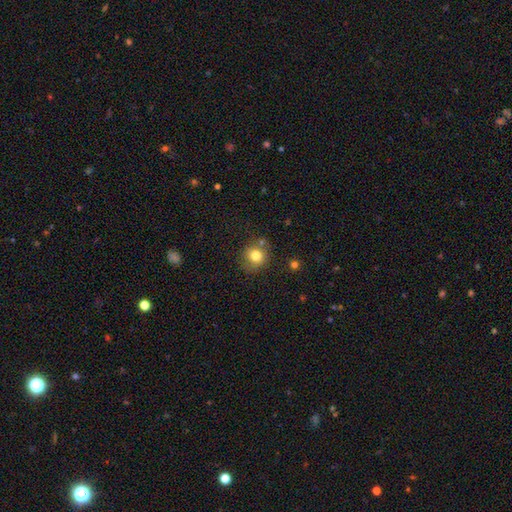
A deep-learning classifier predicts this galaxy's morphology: Smooth or featured?
  - smooth: 79% *
  - star or artifact: 12%
  - featured or disk: 9%
How rounded?
  - round: 83% *
  - in between: 16%
  - cigar-shaped: 1%
Merging?
  - none: 74% *
  - minor disturbance: 15%
  - merger: 7%
  - major disturbance: 4%